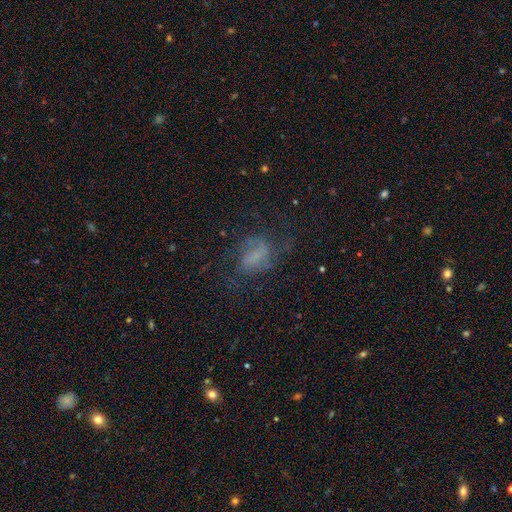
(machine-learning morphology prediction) Smooth or featured: featured or disk — 49% (smooth — 34%)
Merging: none — 50% (major disturbance — 27%)